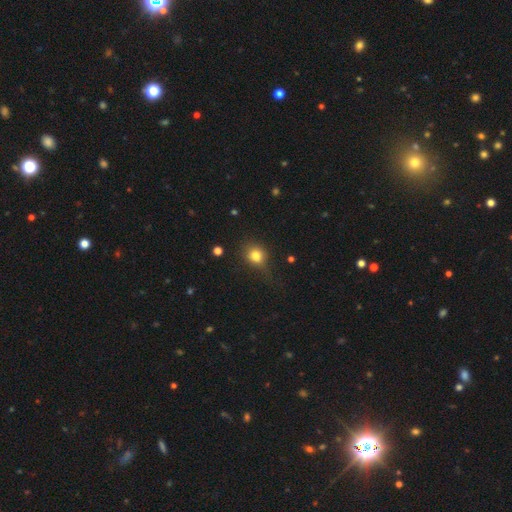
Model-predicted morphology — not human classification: This appears to be a smooth galaxy with no disk features (79%) that is round (70%). Merging: none (63%).